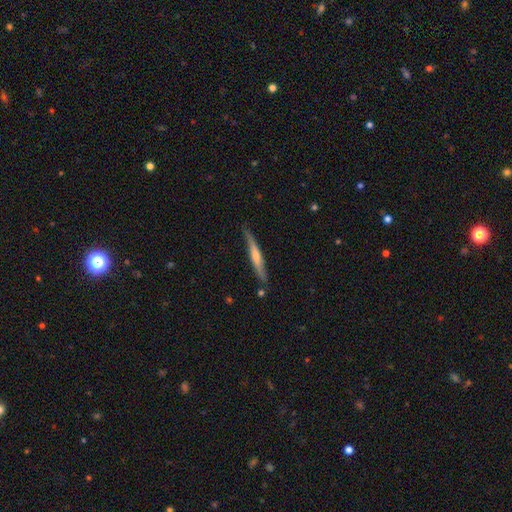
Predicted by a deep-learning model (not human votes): This appears to be a featured or disk galaxy (66%) viewed edge-on (95%) with a rounded central bulge (63%). Merging: none (83%).